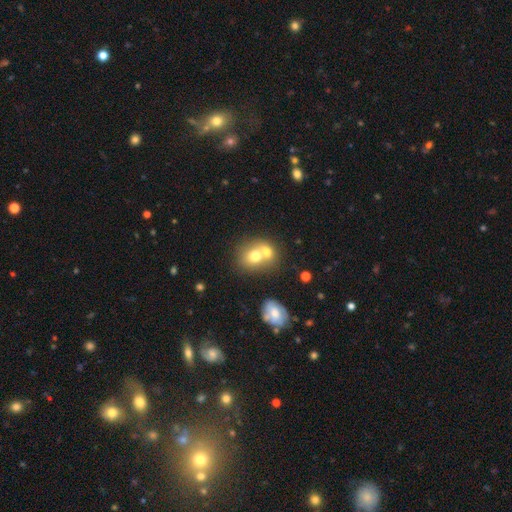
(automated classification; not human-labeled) smooth-or-featured: smooth: 69% | featured or disk: 21% | star or artifact: 10%
  how-rounded: round: 64% | in between: 35% | cigar-shaped: 1%
  merging: merger: 62% | none: 28% | minor disturbance: 7% | major disturbance: 3%